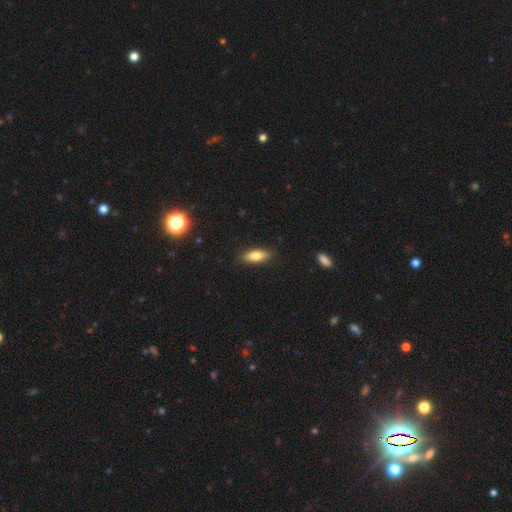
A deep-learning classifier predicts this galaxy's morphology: Smooth or featured: smooth — 79% (featured or disk — 15%)
How rounded: in between — 69% (cigar-shaped — 28%)
Merging: none — 87% (minor disturbance — 10%)